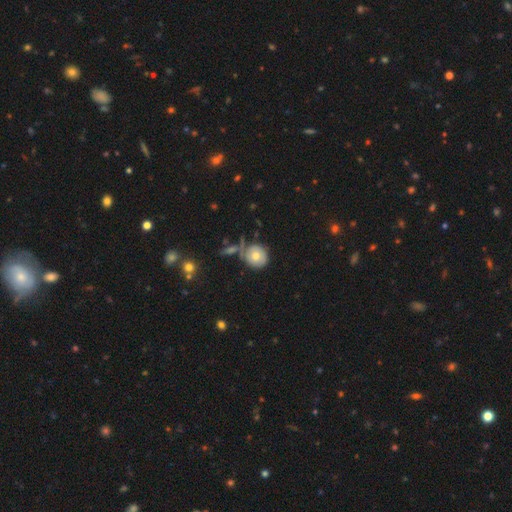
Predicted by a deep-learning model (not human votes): This appears to be a smooth galaxy with no disk features (66%) that is round (88%). Merging: none (62%).